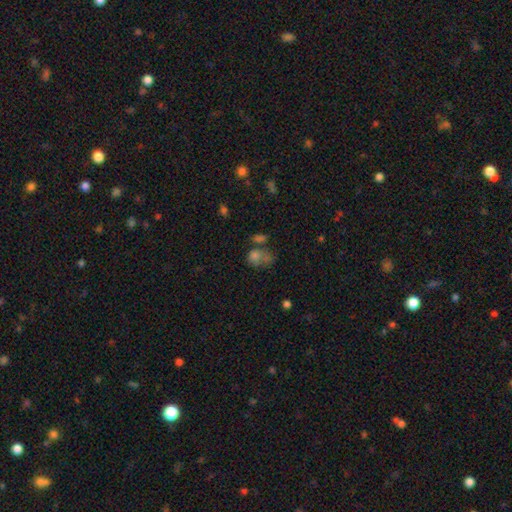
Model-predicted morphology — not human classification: A smooth galaxy with no disk features (63%) that is in between round and cigar-shaped (53%). Merging: none (33%).